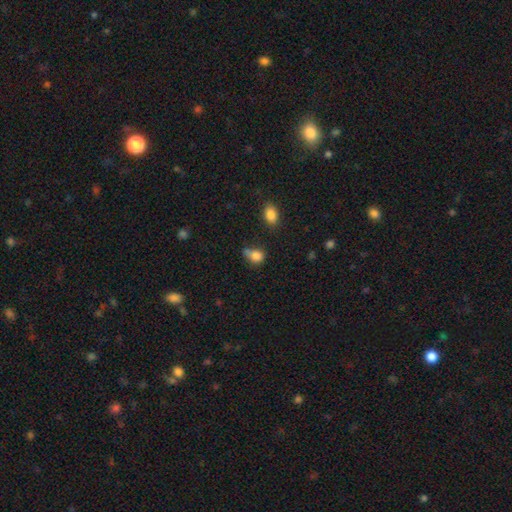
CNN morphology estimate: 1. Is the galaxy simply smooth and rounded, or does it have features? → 81% smooth, 11% star or artifact, 7% featured or disk.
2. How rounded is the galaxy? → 49% round (tied), 49% in between (tied), 2% cigar-shaped.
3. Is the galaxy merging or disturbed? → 39% none, 30% minor disturbance, 17% merger, 14% major disturbance.